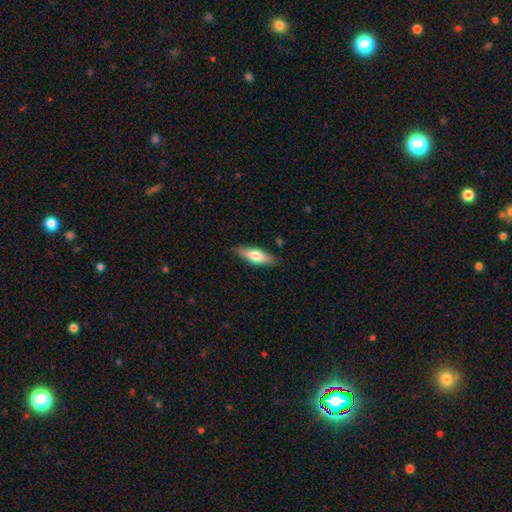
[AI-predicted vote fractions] smooth-or-featured: smooth: 63% | featured or disk: 31% | star or artifact: 6%
  how-rounded: in between: 54% | cigar-shaped: 44% | round: 2%
  merging: none: 84% | minor disturbance: 12% | major disturbance: 2% | merger: 1%